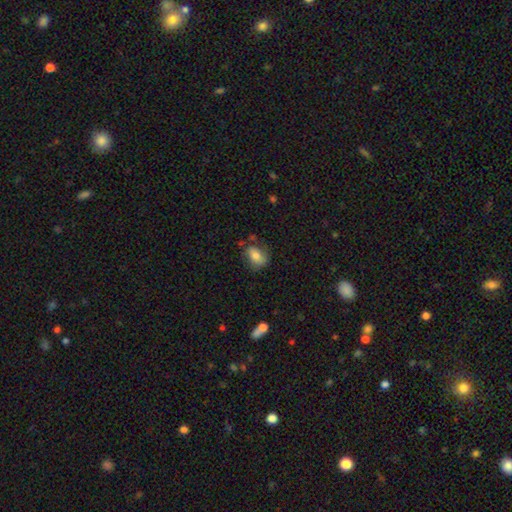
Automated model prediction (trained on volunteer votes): A smooth galaxy with no disk features (70%) that is in between round and cigar-shaped (72%).

Vote fractions:
- Smooth or featured? smooth: 70% / featured or disk: 22% / star or artifact: 9%
- How rounded? in between: 72% / round: 26% / cigar-shaped: 2%
- Merging? none: 59% / minor disturbance: 26% / major disturbance: 11% / merger: 5%